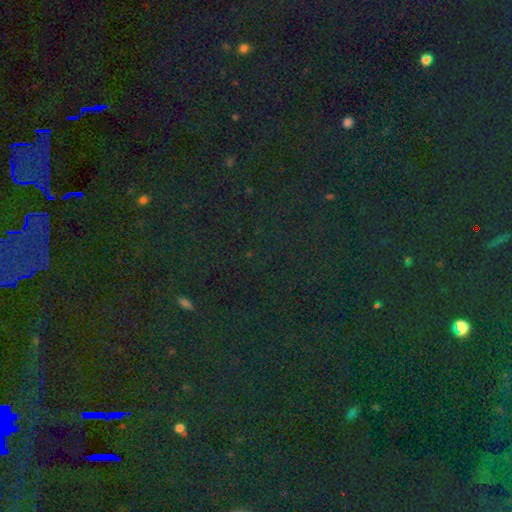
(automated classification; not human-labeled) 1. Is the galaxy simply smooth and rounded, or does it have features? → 79% star or artifact, 13% smooth, 8% featured or disk.